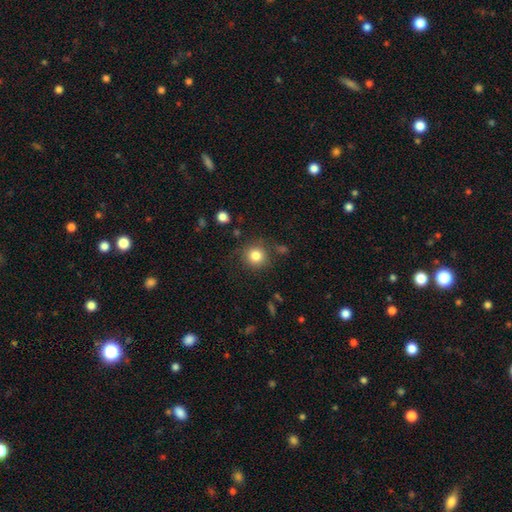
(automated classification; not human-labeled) Smooth or featured: smooth — 82% (star or artifact — 11%)
How rounded: round — 93% (in between — 6%)
Merging: none — 82% (minor disturbance — 11%)